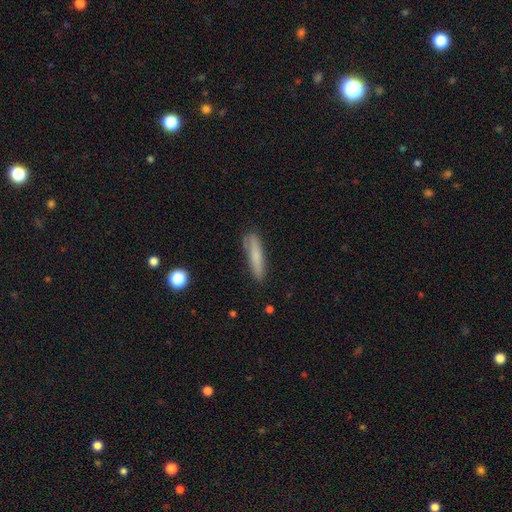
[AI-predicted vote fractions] The model was most divided on "smooth or featured": smooth: 73%, featured or disk: 19%, star or artifact: 8%. More confident: how rounded — cigar-shaped (87%); merging — none (75%).